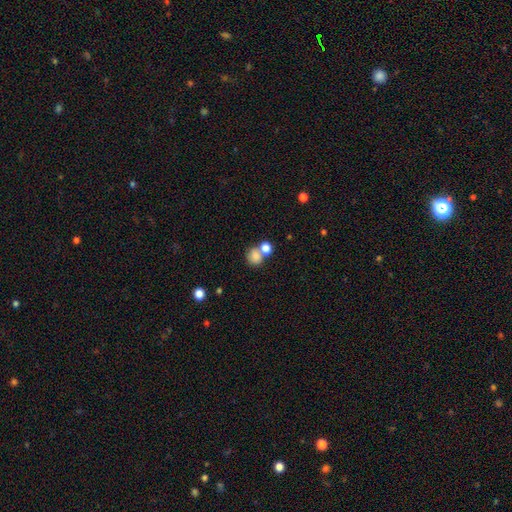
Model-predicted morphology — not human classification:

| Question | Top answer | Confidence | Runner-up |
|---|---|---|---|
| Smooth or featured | smooth | 80% | star or artifact (11%) |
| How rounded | round | 65% | in between (34%) |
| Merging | merger | 44% | none (41%) |